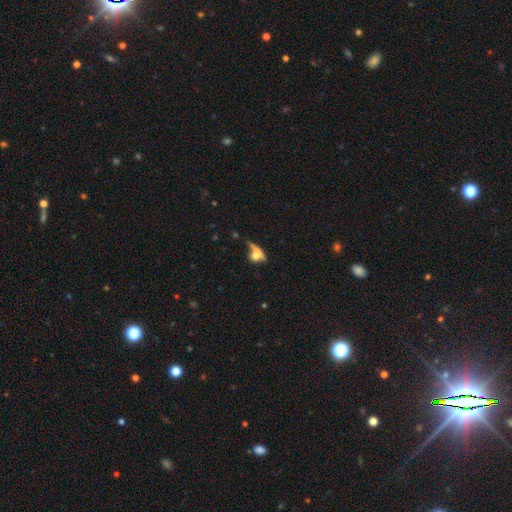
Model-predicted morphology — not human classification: The model was most divided on "merging" (2-way tie): none: 36%, merger: 36%, major disturbance: 15%, minor disturbance: 13%. Remaining: smooth or featured — smooth (57%); how rounded — in between (40%).